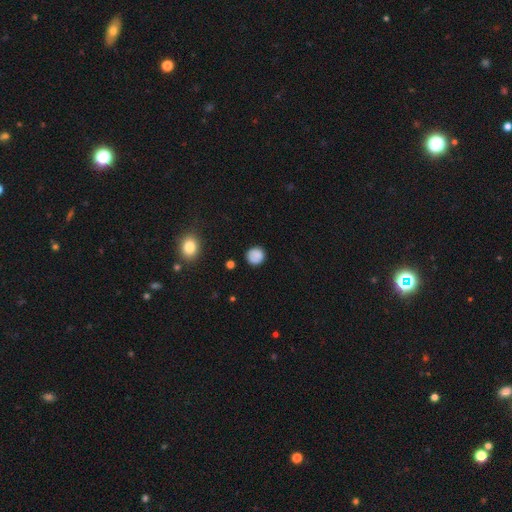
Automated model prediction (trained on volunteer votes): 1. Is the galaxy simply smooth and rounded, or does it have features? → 82% smooth, 10% star or artifact, 8% featured or disk.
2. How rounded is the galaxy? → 90% round, 9% in between, 1% cigar-shaped.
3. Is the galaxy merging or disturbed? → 82% none, 13% minor disturbance, 3% major disturbance, 2% merger.